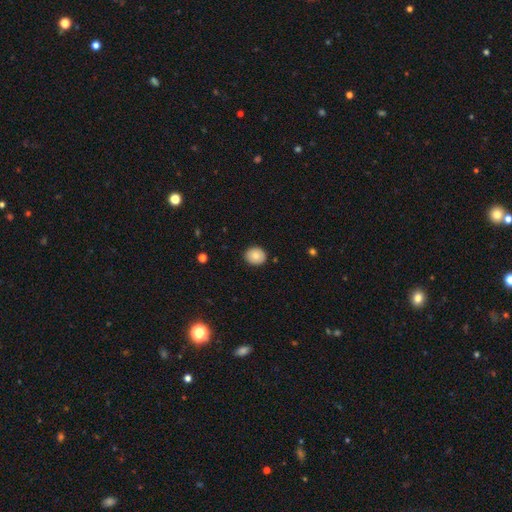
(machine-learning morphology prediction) Smooth or featured?
  - smooth: 84% *
  - star or artifact: 8%
  - featured or disk: 8%
How rounded?
  - round: 72% *
  - in between: 27%
  - cigar-shaped: 1%
Merging?
  - none: 90% *
  - minor disturbance: 8%
  - major disturbance: 2%
  - merger: 1%